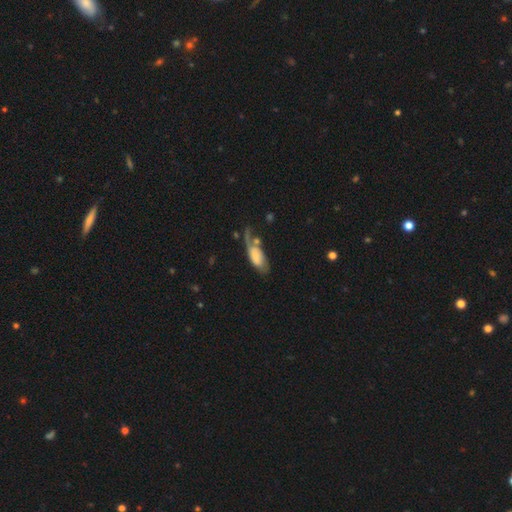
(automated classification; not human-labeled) smooth_or_featured: smooth (p=0.59) [alt: featured or disk p=0.34]
how_rounded: in between (p=0.84) [alt: cigar-shaped p=0.14]
merging: none (p=0.30) [alt: major disturbance p=0.28]